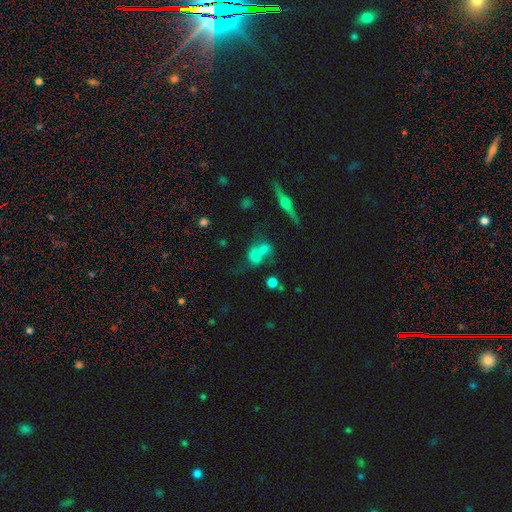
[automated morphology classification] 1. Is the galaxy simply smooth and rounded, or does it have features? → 62% smooth, 22% featured or disk, 16% star or artifact.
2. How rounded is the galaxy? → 52% in between, 44% round, 4% cigar-shaped.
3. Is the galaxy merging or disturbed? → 51% merger, 31% none, 11% minor disturbance, 8% major disturbance.